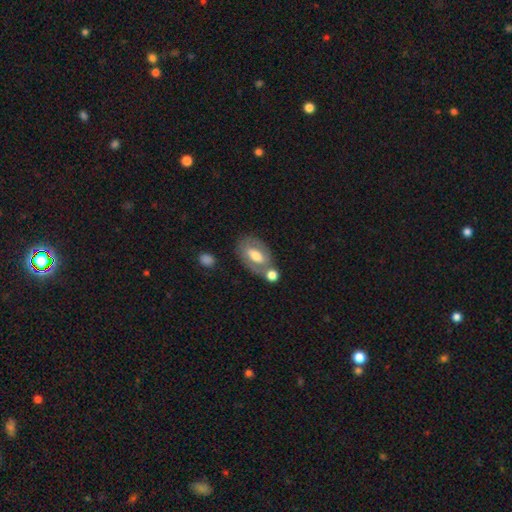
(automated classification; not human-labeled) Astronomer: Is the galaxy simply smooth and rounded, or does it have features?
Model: smooth — 47% (runner-up: featured or disk, 46%).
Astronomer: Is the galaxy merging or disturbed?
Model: none — 52%.